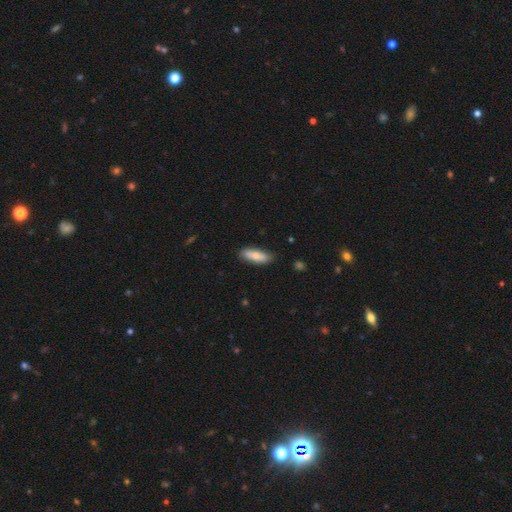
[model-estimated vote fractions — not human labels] A smooth galaxy with no disk features (74%) that is in between round and cigar-shaped (62%).

Vote fractions:
- Smooth or featured? smooth: 74% / featured or disk: 20% / star or artifact: 6%
- How rounded? in between: 62% / cigar-shaped: 36% / round: 2%
- Merging? none: 84% / minor disturbance: 13% / major disturbance: 2% / merger: 1%